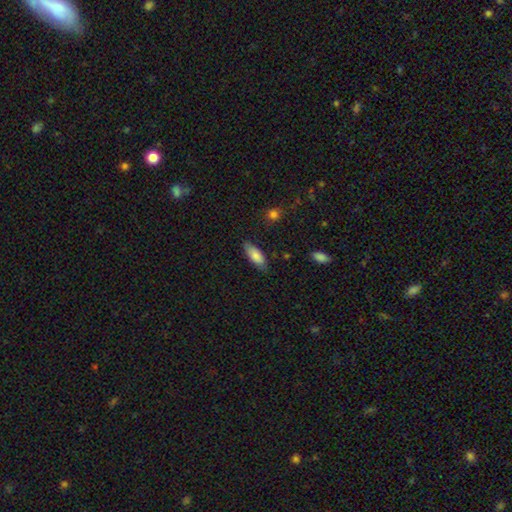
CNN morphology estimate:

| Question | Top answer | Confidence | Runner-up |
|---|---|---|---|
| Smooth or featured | smooth | 84% | featured or disk (10%) |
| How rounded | in between | 79% | cigar-shaped (19%) |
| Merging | none | 79% | minor disturbance (17%) |